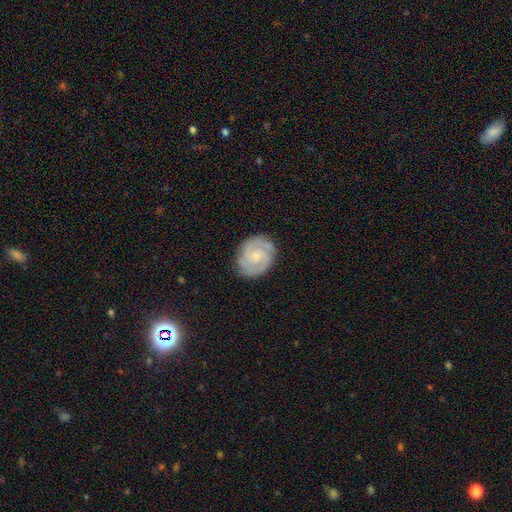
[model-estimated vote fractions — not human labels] smooth_or_featured: featured or disk (p=0.80) [alt: smooth p=0.15]
disk_edge_on: no (p=0.98) [alt: yes p=0.02]
bar: no (p=0.65) [alt: weak p=0.31]
has_spiral_arms: yes (p=0.96) [alt: no p=0.04]
spiral_winding: tight (p=0.63) [alt: medium p=0.32]
spiral_arm_count: 2 (p=0.63) [alt: 3 p=0.16]
bulge_size: small (p=0.63) [alt: moderate p=0.28]
merging: none (p=0.82) [alt: minor disturbance p=0.13]